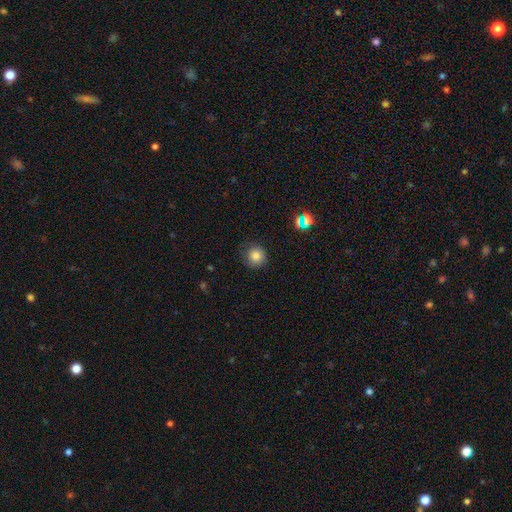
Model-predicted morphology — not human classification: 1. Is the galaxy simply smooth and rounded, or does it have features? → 80% smooth, 12% star or artifact, 8% featured or disk.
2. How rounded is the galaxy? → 92% round, 7% in between, 1% cigar-shaped.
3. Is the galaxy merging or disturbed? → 76% none, 17% minor disturbance, 5% major disturbance, 1% merger.